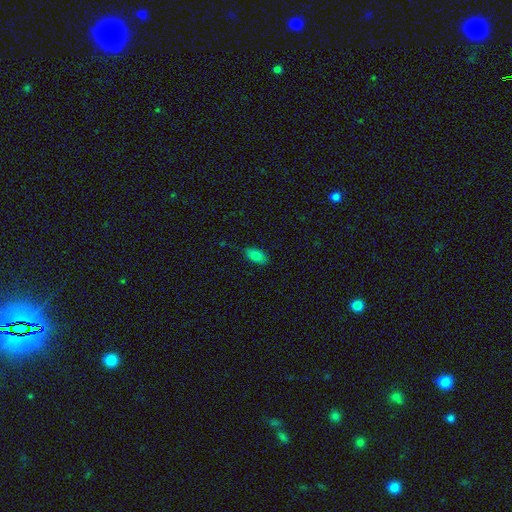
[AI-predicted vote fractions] Morphology: type=smooth (82%); roundness=in between (90%); merging=none (77%).